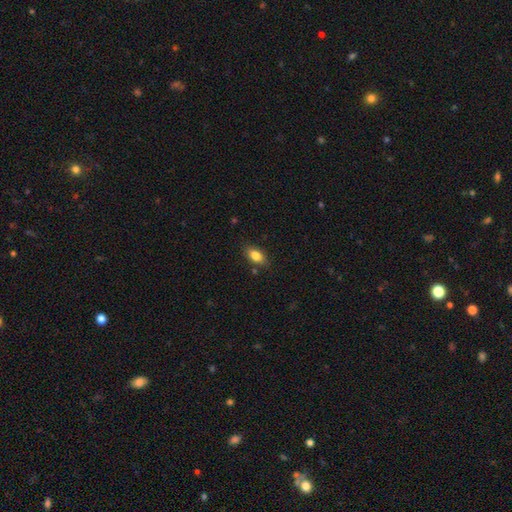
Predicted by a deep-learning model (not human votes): This appears to be a smooth galaxy with no disk features (82%) that is in between round and cigar-shaped (87%). Merging: none (83%).